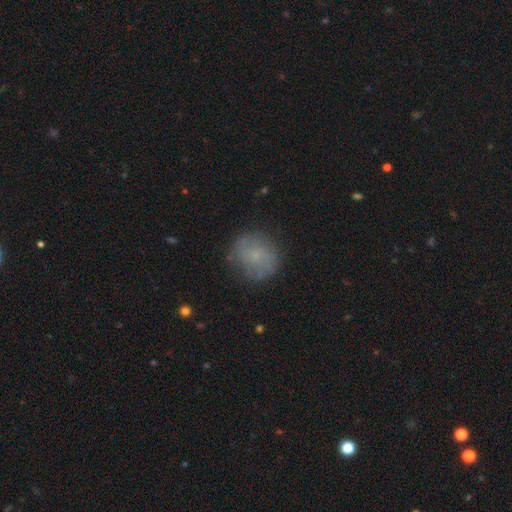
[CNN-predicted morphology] A smooth galaxy with no disk features (59%) that is round (80%). Merging: none (76%).